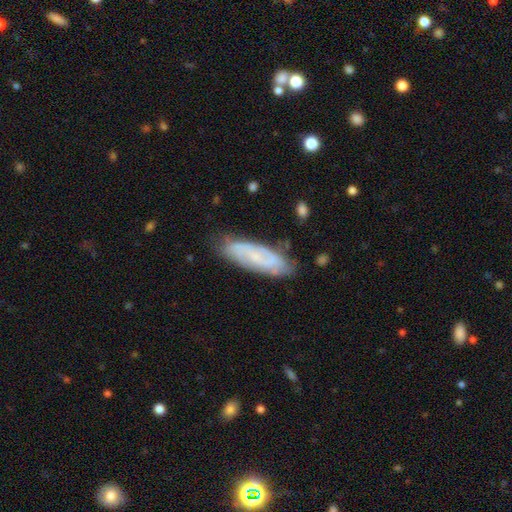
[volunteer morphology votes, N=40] smooth 68%, featured or disk 20%, star or artifact 12%. Down the decision tree: how rounded — cigar-shaped (70%); merging — none (89%).